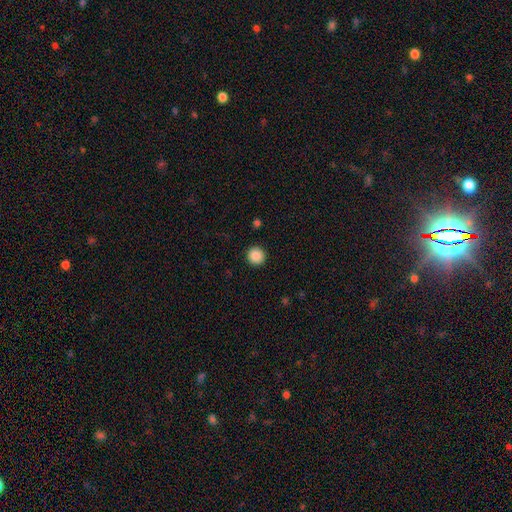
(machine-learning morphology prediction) Smooth or featured: smooth — 88% (star or artifact — 9%)
How rounded: round — 94% (in between — 5%)
Merging: none — 93% (minor disturbance — 4%)